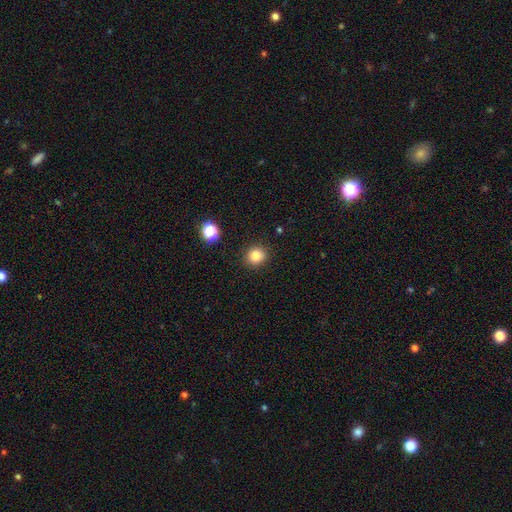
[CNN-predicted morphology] Overall: smooth (82%). How rounded: round (86%). Merging: none (90%).